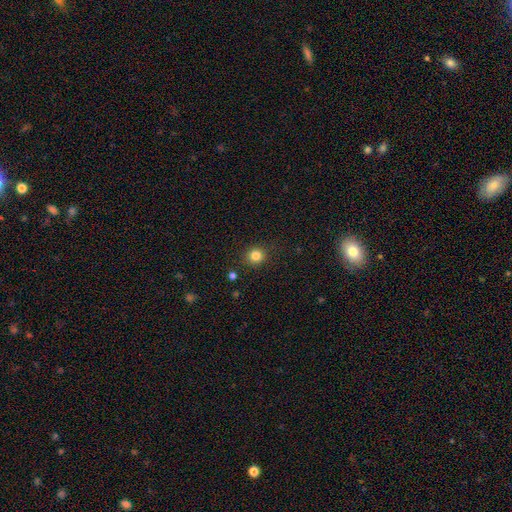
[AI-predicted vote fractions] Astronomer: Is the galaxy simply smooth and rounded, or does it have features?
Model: smooth — 83%.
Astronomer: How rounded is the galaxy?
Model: round — 90%.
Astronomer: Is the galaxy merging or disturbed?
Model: none — 88%.